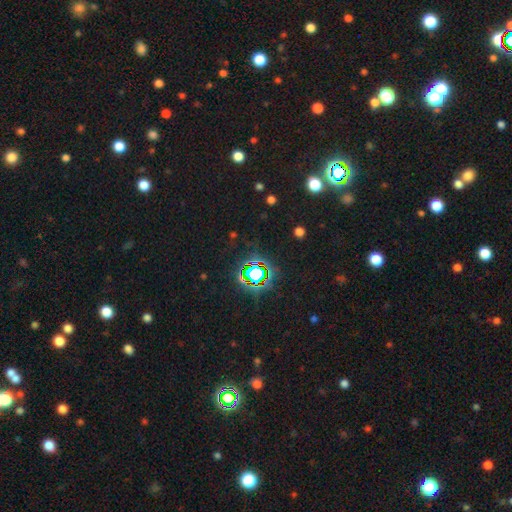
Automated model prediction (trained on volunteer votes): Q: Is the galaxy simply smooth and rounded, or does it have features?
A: star or artifact — 80%.